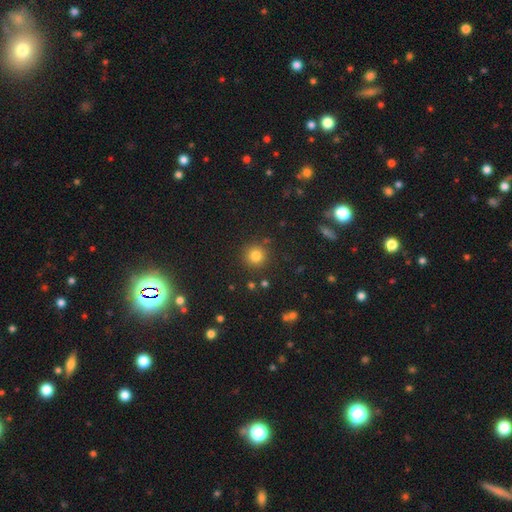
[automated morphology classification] This is clearly a smooth galaxy (80%). How rounded: clearly round (94%). Merging: clearly none (87%).